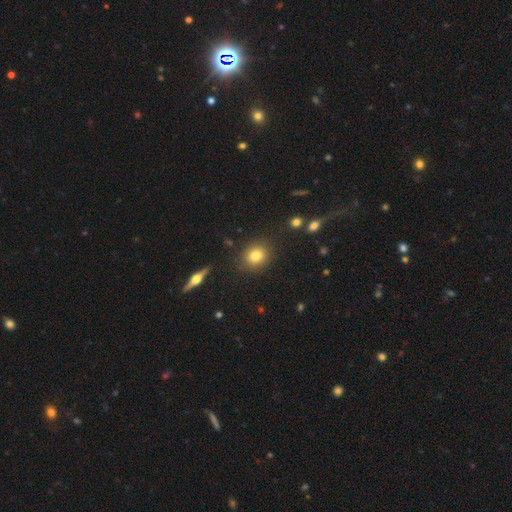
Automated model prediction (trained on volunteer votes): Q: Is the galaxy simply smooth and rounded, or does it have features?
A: smooth — 80%.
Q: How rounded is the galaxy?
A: round — 76%.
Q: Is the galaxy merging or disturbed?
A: none — 87%.